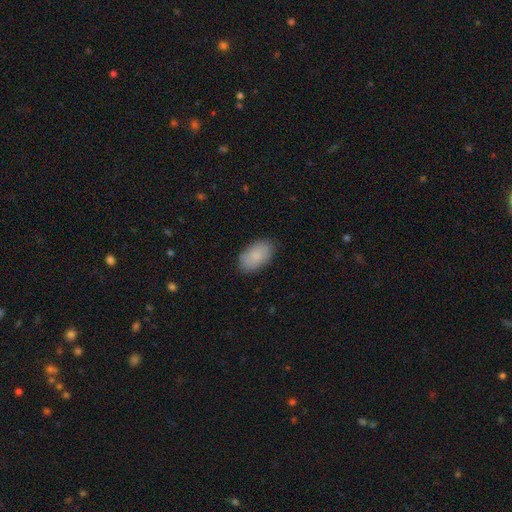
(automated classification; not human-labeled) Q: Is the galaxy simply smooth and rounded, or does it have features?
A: smooth — 84%.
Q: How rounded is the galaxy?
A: in between — 94%.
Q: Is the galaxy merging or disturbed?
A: none — 85%.